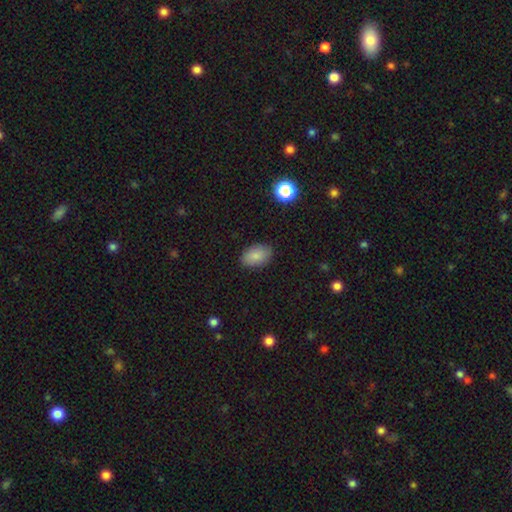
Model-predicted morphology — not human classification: This is clearly a smooth galaxy (84%). How rounded: clearly in between (89%). Merging: clearly none (86%).